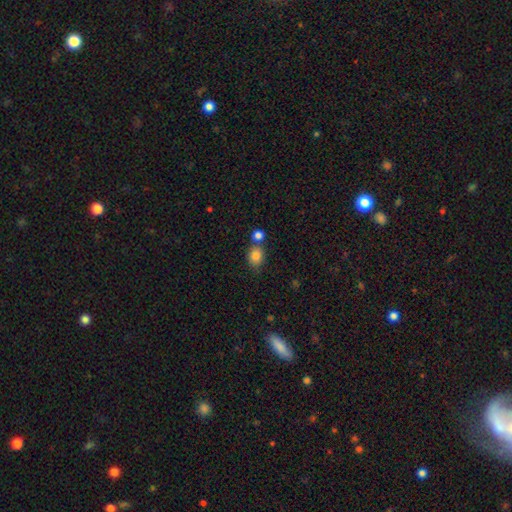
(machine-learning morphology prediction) Q: Smooth or featured?
A: smooth (83%); runner-up: star or artifact (10%)
Q: How rounded?
A: round (52%); runner-up: in between (47%)
Q: Merging?
A: none (58%); runner-up: merger (27%)